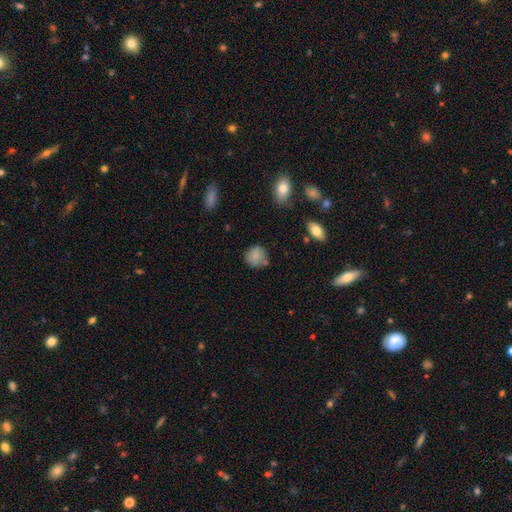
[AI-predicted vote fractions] smooth 83%, star or artifact 9%, featured or disk 7%. Down the decision tree: how rounded — round (82%); merging — none (68%).